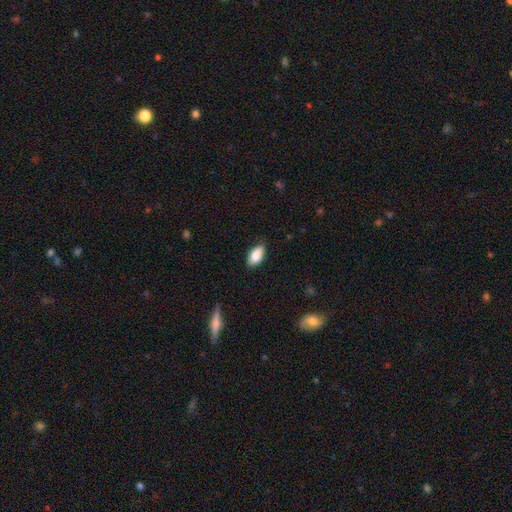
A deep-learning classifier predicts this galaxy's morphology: The model was most divided on "merging": none: 84%, minor disturbance: 13%, major disturbance: 2%, merger: 1%. More confident: how rounded — in between (92%); smooth or featured — smooth (84%).